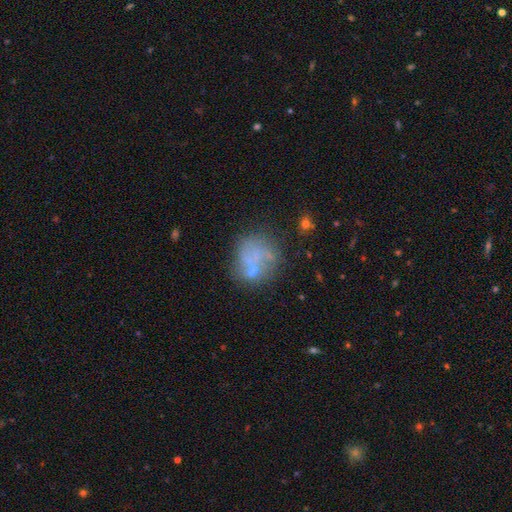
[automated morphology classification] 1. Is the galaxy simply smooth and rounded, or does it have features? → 47% smooth, 35% featured or disk, 18% star or artifact.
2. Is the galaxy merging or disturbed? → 51% none, 19% minor disturbance, 17% major disturbance, 13% merger.